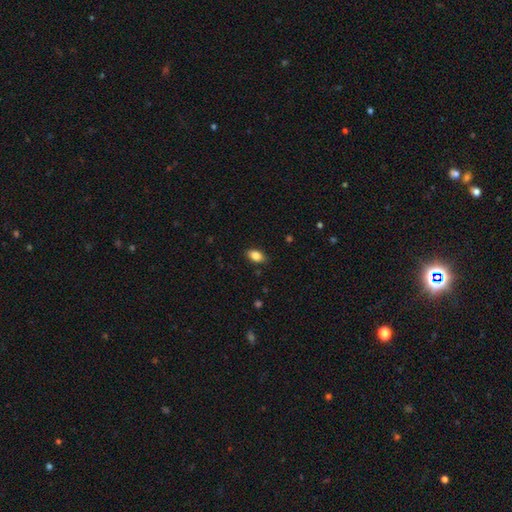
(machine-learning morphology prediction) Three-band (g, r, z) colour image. It shows a smooth galaxy with no disk features (85%) that is in between round and cigar-shaped (88%). Merging: none (85%).